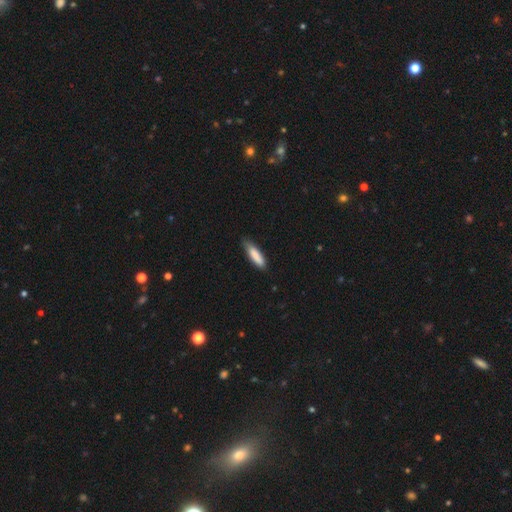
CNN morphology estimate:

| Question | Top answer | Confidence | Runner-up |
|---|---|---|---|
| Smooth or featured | smooth | 84% | featured or disk (10%) |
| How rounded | cigar-shaped | 66% | in between (33%) |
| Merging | none | 70% | minor disturbance (25%) |